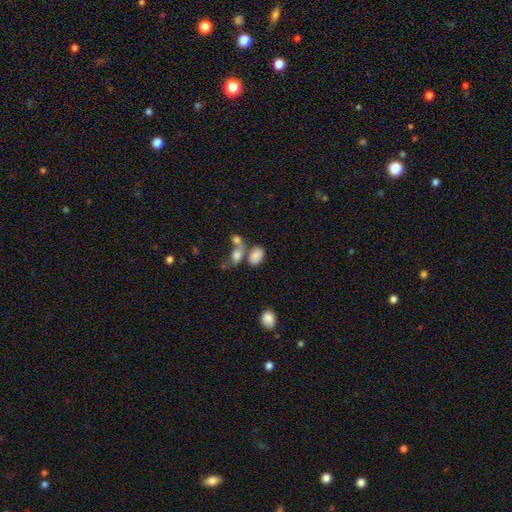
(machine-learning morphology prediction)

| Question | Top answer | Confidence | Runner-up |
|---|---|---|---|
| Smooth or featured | smooth | 80% | featured or disk (11%) |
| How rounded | in between | 88% | round (11%) |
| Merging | merger | 45% | none (34%) |